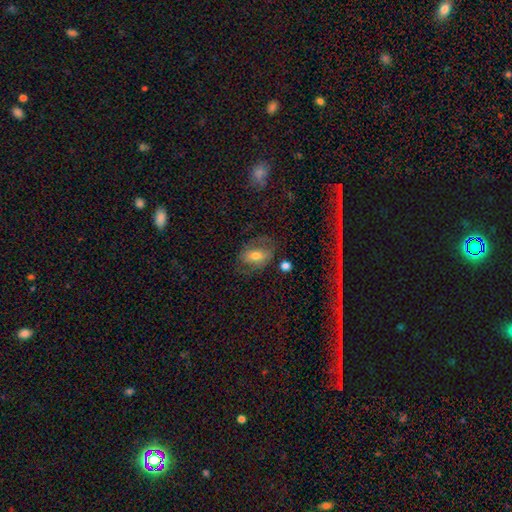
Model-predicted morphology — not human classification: Q: Smooth or featured?
A: smooth (45%); tied with: featured or disk (45%)
Q: Merging?
A: none (65%); runner-up: minor disturbance (20%)